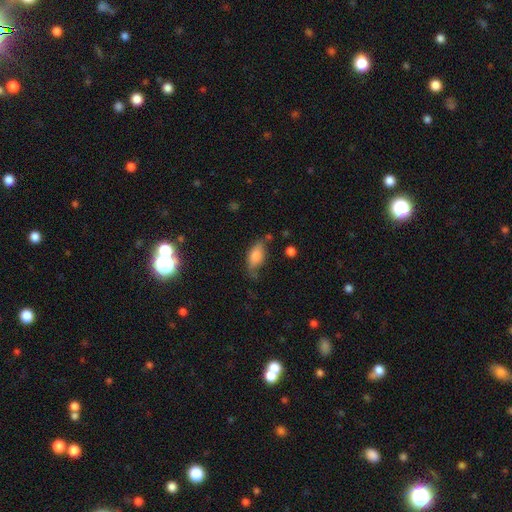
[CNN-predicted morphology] A smooth galaxy with no disk features (77%) that is in between round and cigar-shaped (86%). Merging: none (52%).